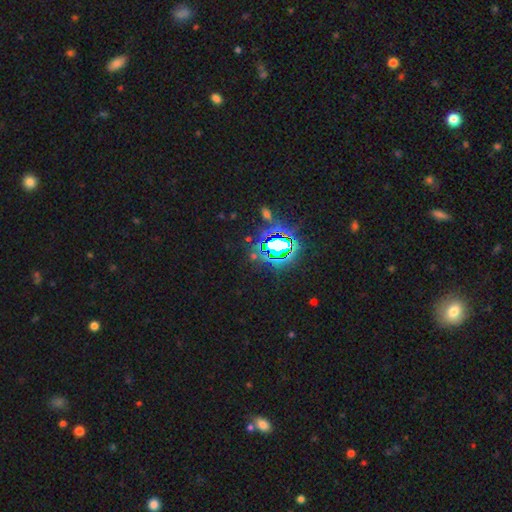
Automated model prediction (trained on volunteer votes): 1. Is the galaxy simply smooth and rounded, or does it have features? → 79% star or artifact, 12% smooth, 8% featured or disk.